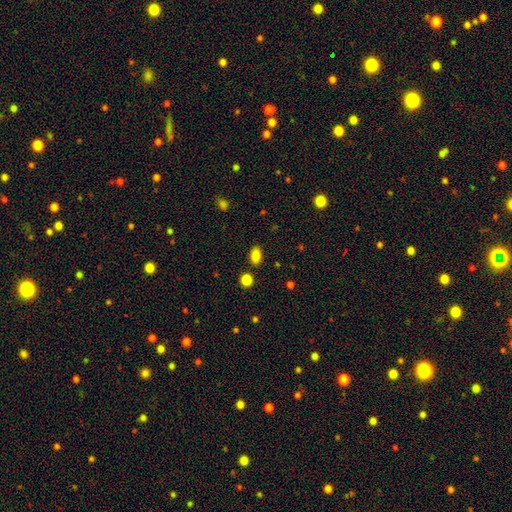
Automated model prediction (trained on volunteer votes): Smooth or featured? Predicted: smooth (p=0.86). How rounded? Predicted: in between (p=0.87). Merging? Predicted: none (p=0.84).